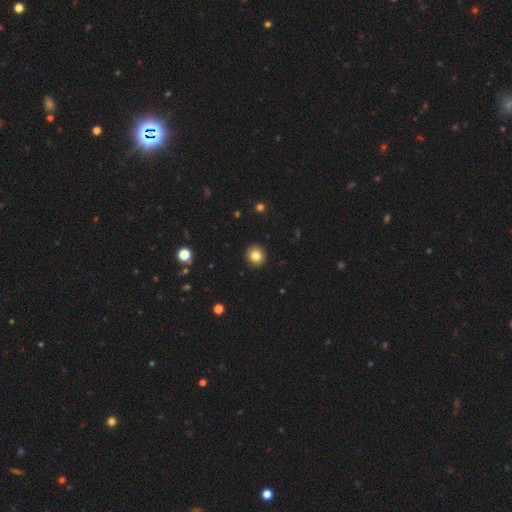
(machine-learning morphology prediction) smooth_or_featured: smooth (p=0.82) [alt: star or artifact p=0.11]
how_rounded: round (p=0.92) [alt: in between p=0.07]
merging: none (p=0.93) [alt: minor disturbance p=0.05]